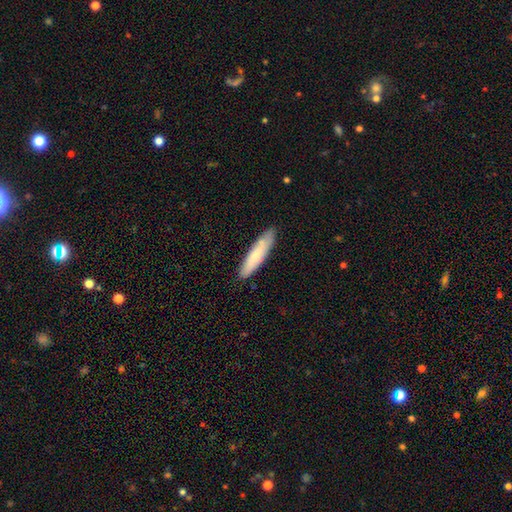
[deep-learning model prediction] A smooth galaxy with no disk features (72%) that is cigar-shaped (79%). Merging: none (85%).